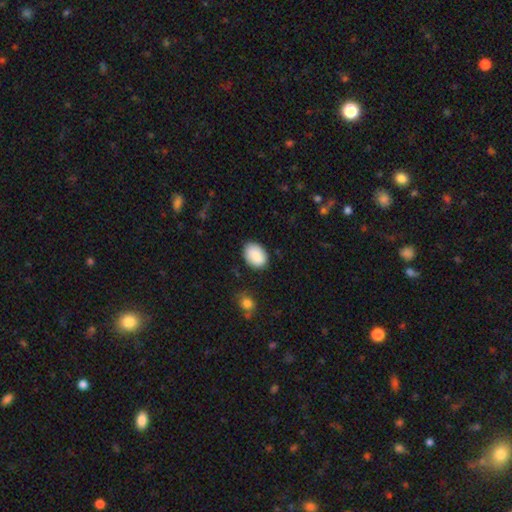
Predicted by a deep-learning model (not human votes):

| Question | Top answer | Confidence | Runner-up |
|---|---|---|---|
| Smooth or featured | smooth | 88% | star or artifact (7%) |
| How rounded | in between | 78% | round (21%) |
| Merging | none | 82% | minor disturbance (14%) |